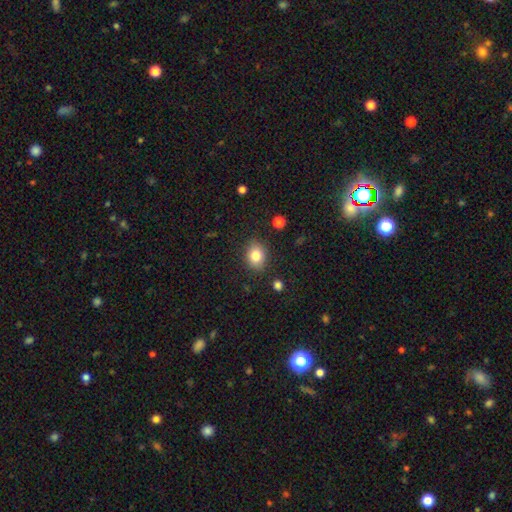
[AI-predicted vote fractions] A smooth galaxy with no disk features (83%) that is in between round and cigar-shaped (58%). Merging: none (85%).